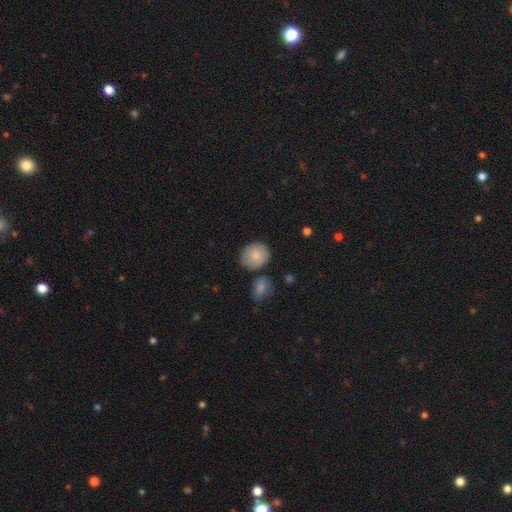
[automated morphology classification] The model was most divided on "how rounded": round: 74%, in between: 25%, cigar-shaped: 1%. More confident: smooth or featured — smooth (81%); merging — none (70%).